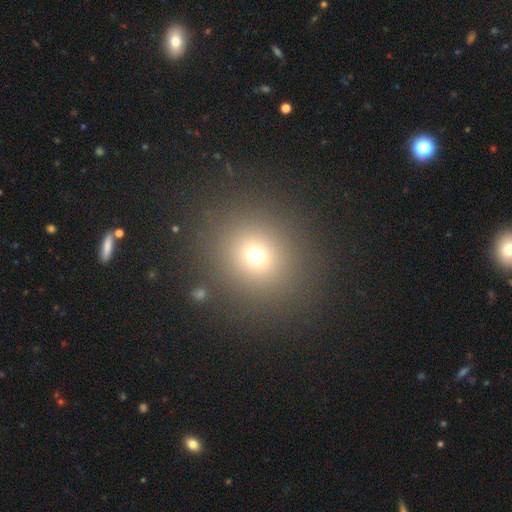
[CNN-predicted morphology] type=smooth (69%); roundness=round (85%); merging=none (88%).